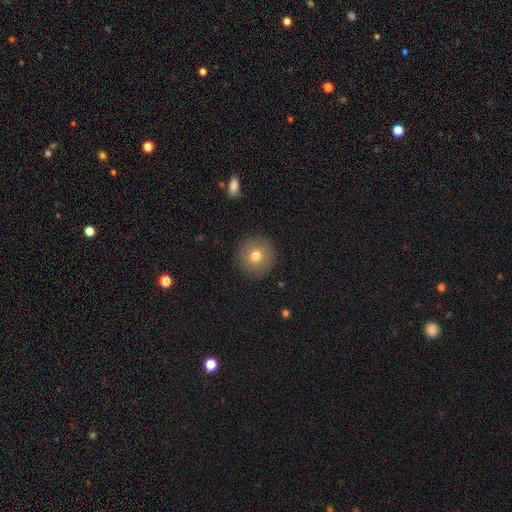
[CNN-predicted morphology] Smooth or featured: smooth — 75% (featured or disk — 15%)
How rounded: round — 94% (in between — 5%)
Merging: none — 90% (minor disturbance — 6%)